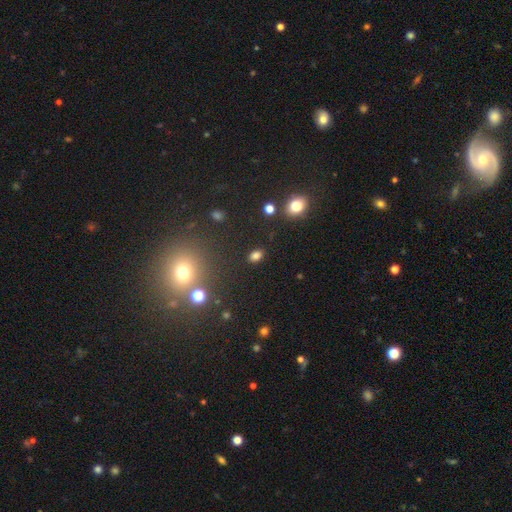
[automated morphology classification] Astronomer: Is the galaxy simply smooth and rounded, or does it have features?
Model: smooth — 80%.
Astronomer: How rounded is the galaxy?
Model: in between — 81%.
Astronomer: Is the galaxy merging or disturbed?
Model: none — 84%.